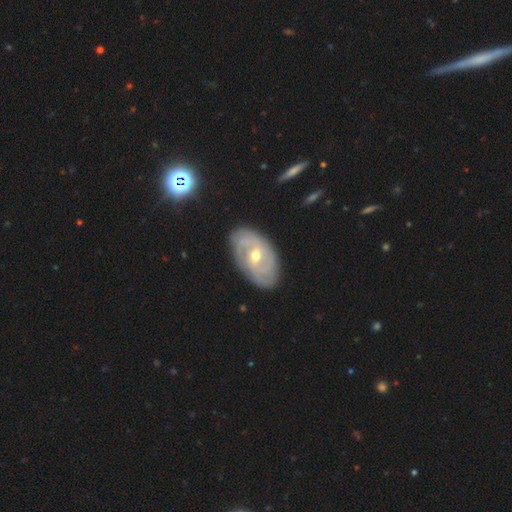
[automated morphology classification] The model was most divided on "spiral arm count": 2: 37%, can't tell: 36%, 3: 14%, 4: 5%, 1: 4%, more than 4: 4%. Remaining: edge-on disk — no (95%); spiral arms — yes (87%); merging — none (80%); smooth or featured — featured or disk (80%); spiral winding — tight (62%); bulge size — moderate (62%); bar — no (48%).